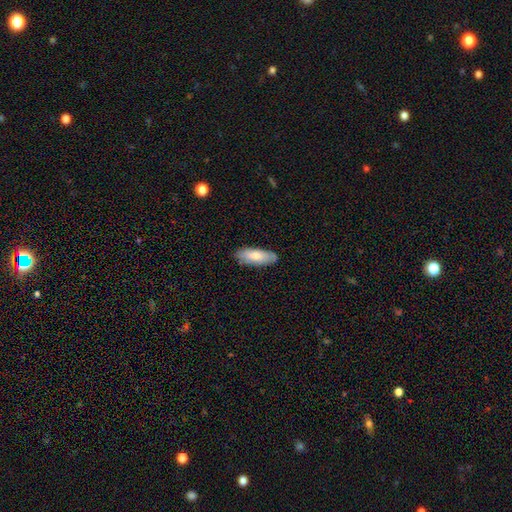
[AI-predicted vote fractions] Smooth or featured?
  - smooth: 73% *
  - featured or disk: 21%
  - star or artifact: 6%
How rounded?
  - in between: 71% *
  - cigar-shaped: 27%
  - round: 2%
Merging?
  - none: 84% *
  - minor disturbance: 13%
  - major disturbance: 2%
  - merger: 1%